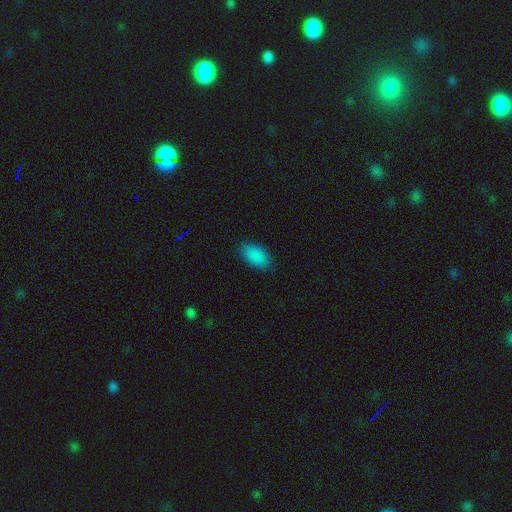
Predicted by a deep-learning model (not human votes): Smooth or featured: smooth — 88% (star or artifact — 8%)
How rounded: in between — 93% (round — 4%)
Merging: none — 86% (minor disturbance — 10%)